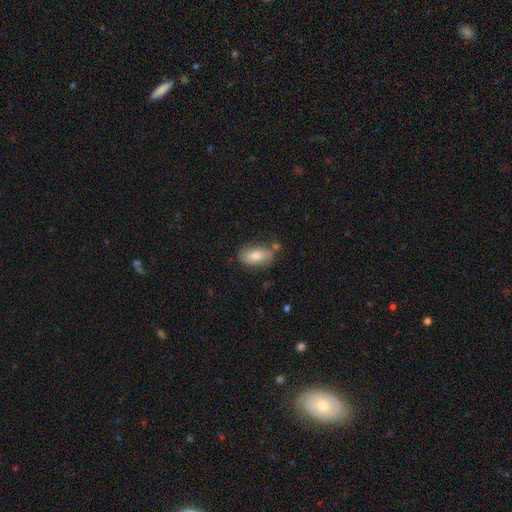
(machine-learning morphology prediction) The model was most divided on "merging": none: 70%, minor disturbance: 19%, merger: 7%, major disturbance: 4%. More confident: how rounded — in between (89%); smooth or featured — smooth (73%).